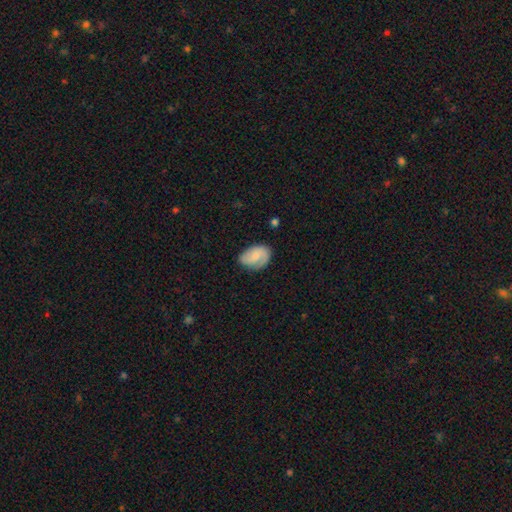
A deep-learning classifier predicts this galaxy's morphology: Overall: smooth (54%; featured or disk 39%). How rounded: in between (81%). Merging: none (67%).